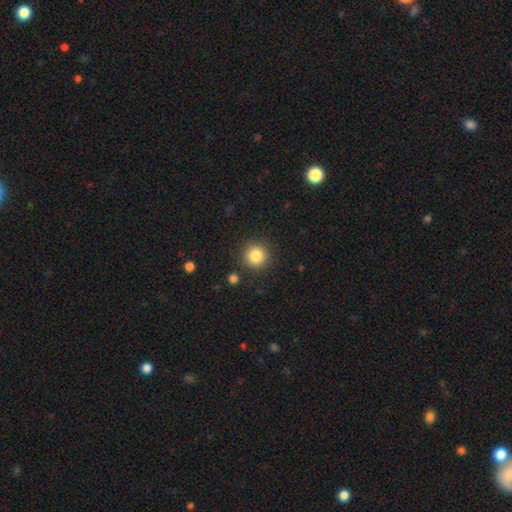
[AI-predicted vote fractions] Overall: smooth (85%). How rounded: round (94%). Merging: none (89%).